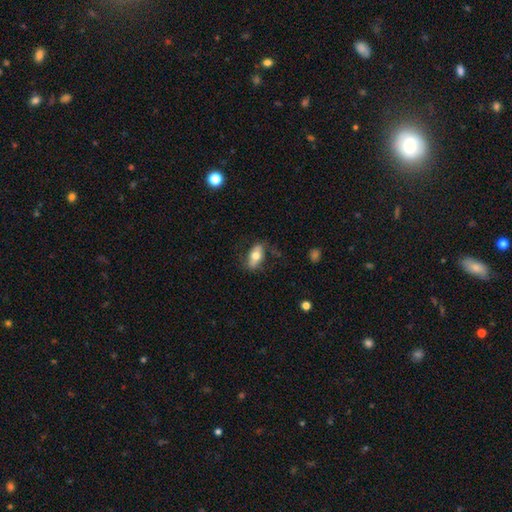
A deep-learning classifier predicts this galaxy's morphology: A smooth galaxy with no disk features (64%) that is in between round and cigar-shaped (88%).

Vote fractions:
- Smooth or featured? smooth: 64% / featured or disk: 30% / star or artifact: 6%
- How rounded? in between: 88% / cigar-shaped: 7% / round: 5%
- Merging? none: 71% / minor disturbance: 19% / major disturbance: 8% / merger: 2%